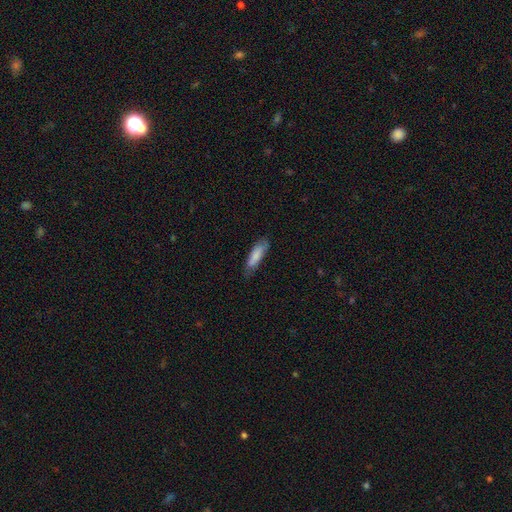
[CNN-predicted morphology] The model was most divided on "how rounded": cigar-shaped: 59%, in between: 39%, round: 1%. More confident: smooth or featured — smooth (78%); merging — none (67%).